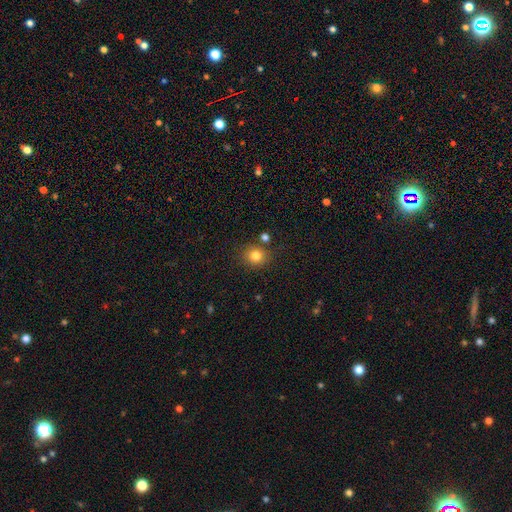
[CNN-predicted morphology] A smooth galaxy with no disk features (82%) that is round (82%).

Vote fractions:
- Smooth or featured? smooth: 82% / star or artifact: 12% / featured or disk: 6%
- How rounded? round: 82% / in between: 17% / cigar-shaped: 1%
- Merging? none: 79% / minor disturbance: 11% / merger: 7% / major disturbance: 3%